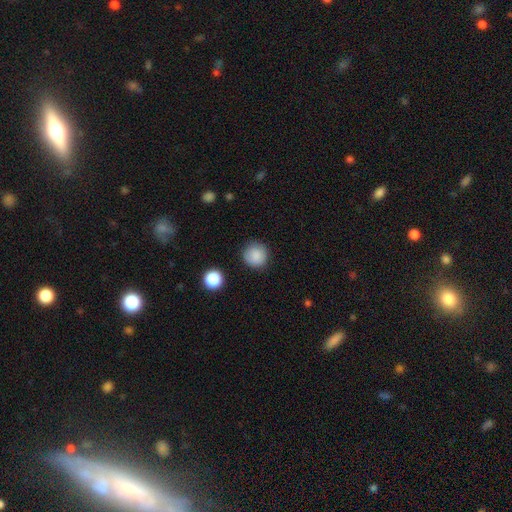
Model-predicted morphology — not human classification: smooth-or-featured: smooth: 86% | star or artifact: 9% | featured or disk: 5%
  how-rounded: round: 94% | in between: 5% | cigar-shaped: 1%
  merging: none: 86% | minor disturbance: 10% | major disturbance: 3% | merger: 1%